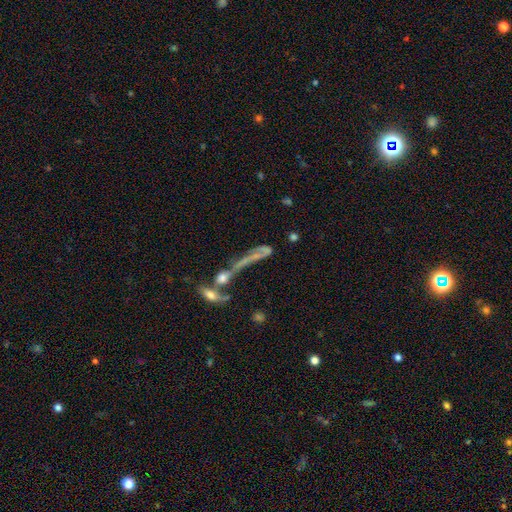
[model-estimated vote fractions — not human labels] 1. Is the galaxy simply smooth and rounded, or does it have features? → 50% featured or disk, 32% smooth, 17% star or artifact.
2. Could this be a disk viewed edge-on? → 62% no, 38% yes.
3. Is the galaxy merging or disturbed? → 43% merger, 27% major disturbance, 20% none, 11% minor disturbance.